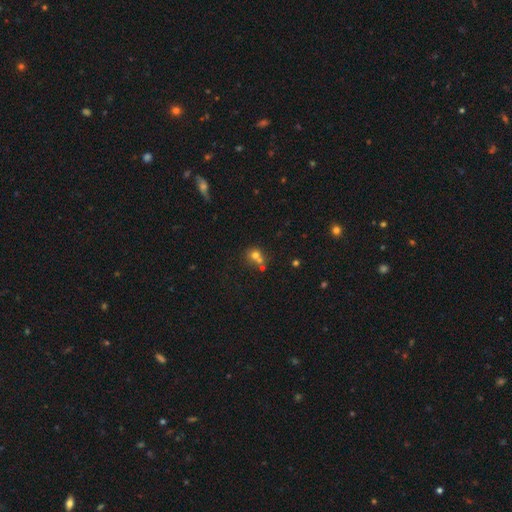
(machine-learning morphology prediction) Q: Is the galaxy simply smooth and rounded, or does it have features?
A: smooth — 67%.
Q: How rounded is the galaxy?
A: round — 81%.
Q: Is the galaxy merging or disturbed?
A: merger — 47%.